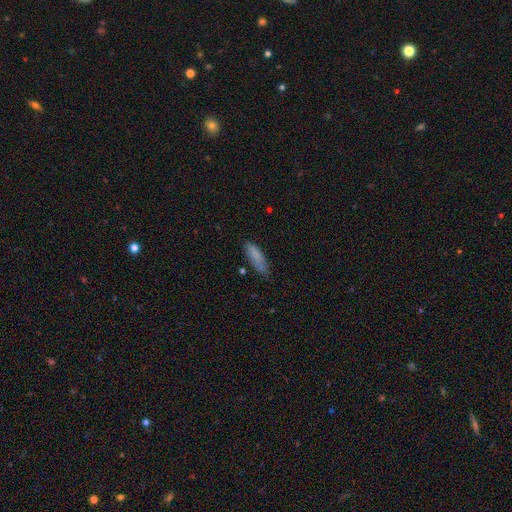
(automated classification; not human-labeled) Q: Smooth or featured?
A: smooth (81%); runner-up: featured or disk (11%)
Q: How rounded?
A: in between (52%); runner-up: cigar-shaped (46%)
Q: Merging?
A: none (65%); runner-up: minor disturbance (26%)